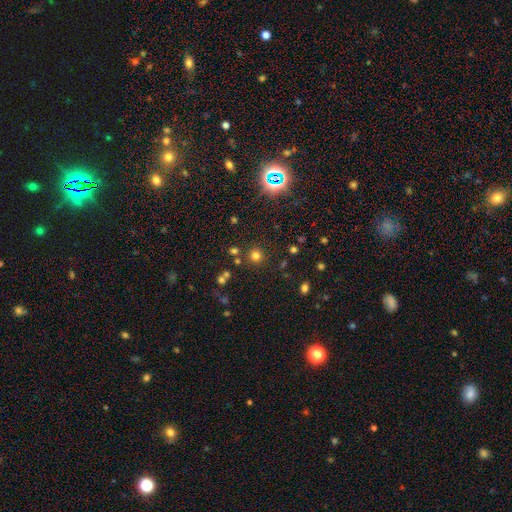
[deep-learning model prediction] smooth-or-featured: smooth: 70% | star or artifact: 23% | featured or disk: 6%
  how-rounded: round: 93% | in between: 6% | cigar-shaped: 1%
  merging: none: 84% | minor disturbance: 7% | merger: 6% | major disturbance: 3%